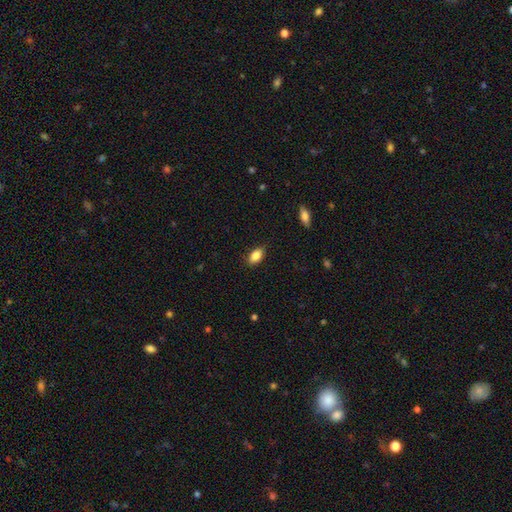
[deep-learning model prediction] Smooth or featured?
  - smooth: 85% *
  - star or artifact: 8%
  - featured or disk: 7%
How rounded?
  - in between: 89% *
  - round: 8%
  - cigar-shaped: 3%
Merging?
  - none: 84% *
  - minor disturbance: 13%
  - major disturbance: 2%
  - merger: 1%